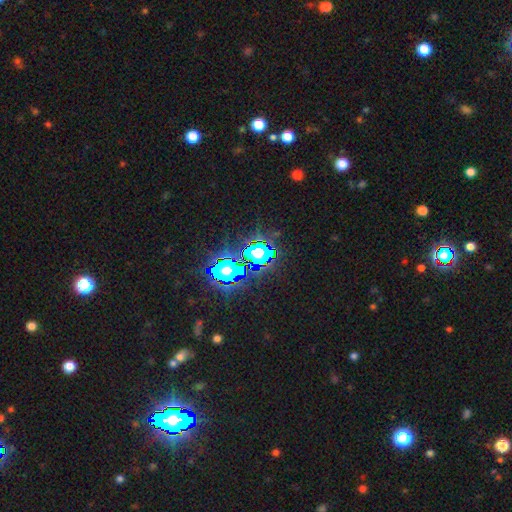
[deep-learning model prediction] star or artifact 77%, smooth 14%, featured or disk 9%.